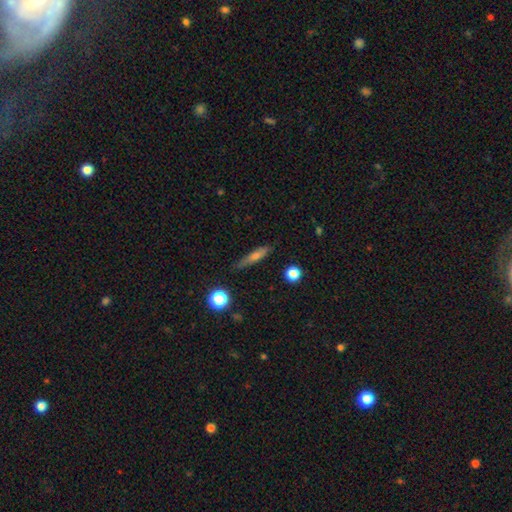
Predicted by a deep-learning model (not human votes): Overall: smooth (58%; featured or disk 32%). How rounded: cigar-shaped (83%). Merging: none (83%).